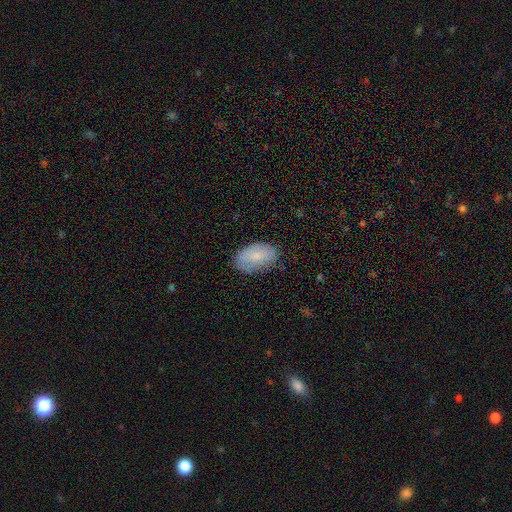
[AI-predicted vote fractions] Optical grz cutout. It shows a smooth galaxy with no disk features (73%) that is in between round and cigar-shaped (92%). Merging: none (73%).